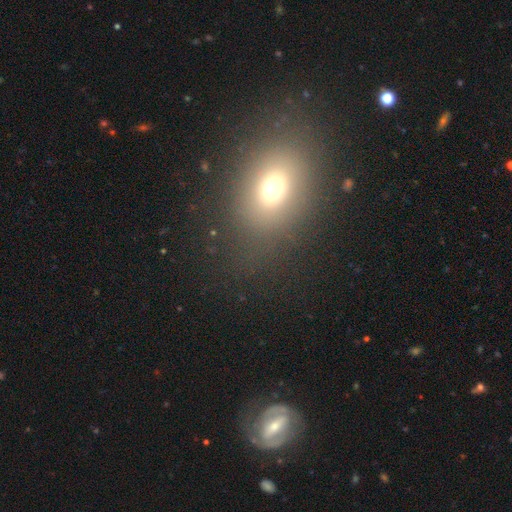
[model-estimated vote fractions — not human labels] smooth-or-featured: smooth: 64% | star or artifact: 21% | featured or disk: 15%
  how-rounded: in between: 68% | round: 30% | cigar-shaped: 2%
  merging: none: 84% | minor disturbance: 9% | major disturbance: 4% | merger: 2%